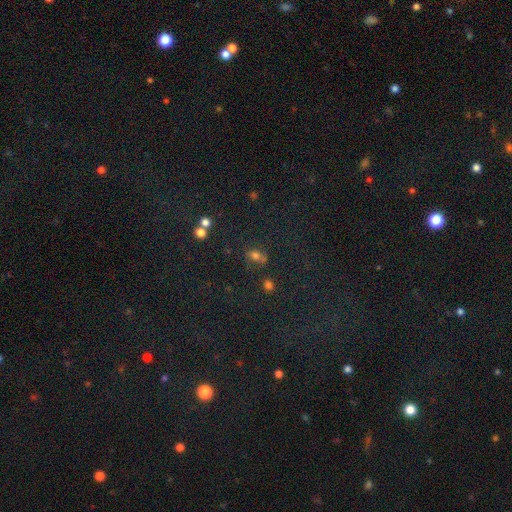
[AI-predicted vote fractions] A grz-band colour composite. It shows a smooth galaxy with no disk features (57%) that is in between round and cigar-shaped (59%). Merging: none (63%).